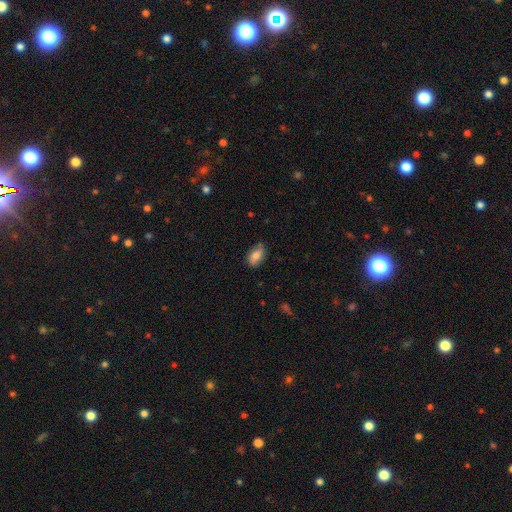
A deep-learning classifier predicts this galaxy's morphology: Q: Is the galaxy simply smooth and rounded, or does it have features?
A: smooth — 78%.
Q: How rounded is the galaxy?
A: in between — 89%.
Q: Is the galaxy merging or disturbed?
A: none — 75%.